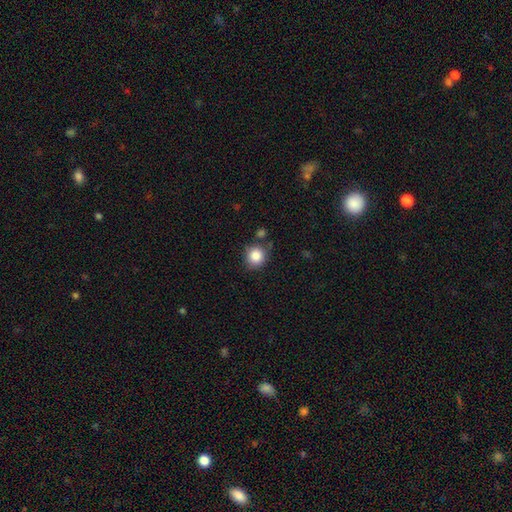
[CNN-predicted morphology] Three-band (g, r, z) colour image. It shows a smooth galaxy with no disk features (85%) that is round (86%). Merging: none (75%).